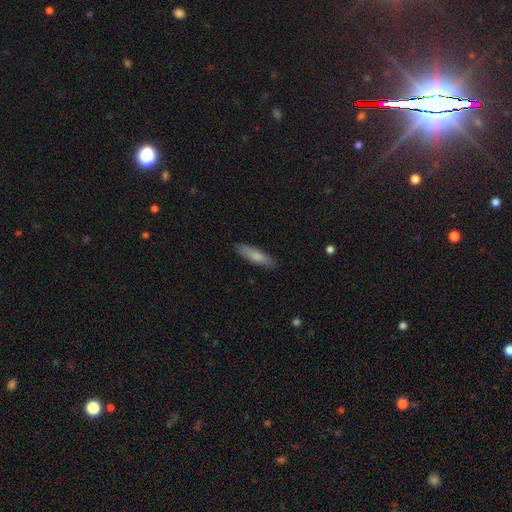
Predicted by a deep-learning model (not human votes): smooth 82%, featured or disk 13%, star or artifact 6%. Down the decision tree: how rounded — cigar-shaped (63%); merging — none (87%).